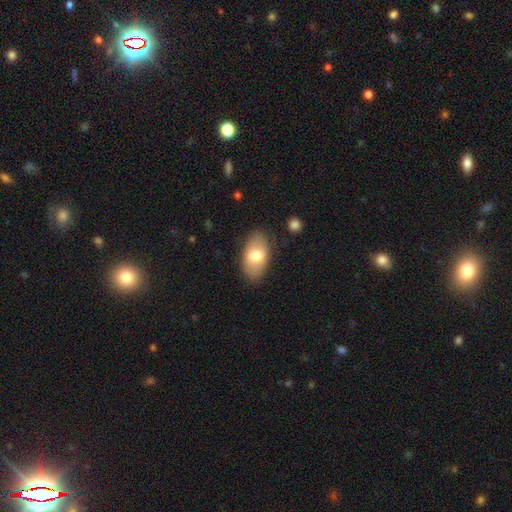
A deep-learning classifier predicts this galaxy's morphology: type=smooth (72%); roundness=in between (93%); merging=none (83%).